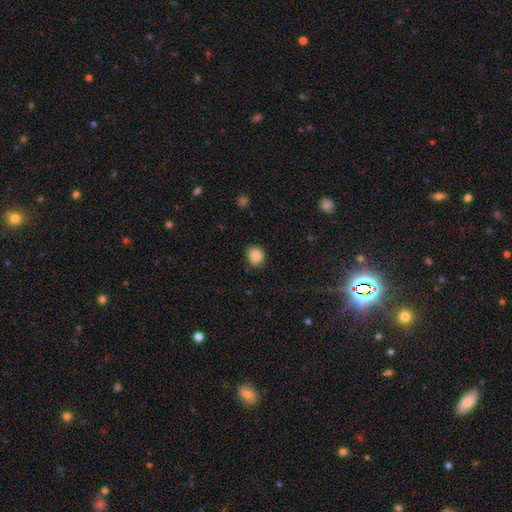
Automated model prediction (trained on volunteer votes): Smooth or featured? smooth (85%)
How rounded? round (76%)
Merging? none (80%)